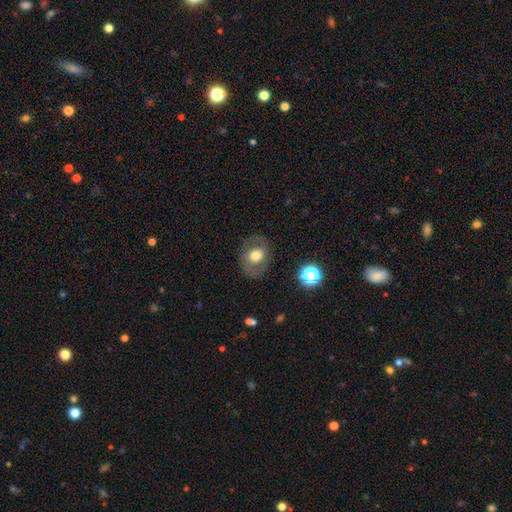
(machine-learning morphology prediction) The model was most divided on "how rounded": round: 54%, in between: 45%, cigar-shaped: 1%. More confident: merging — none (78%); smooth or featured — smooth (58%).